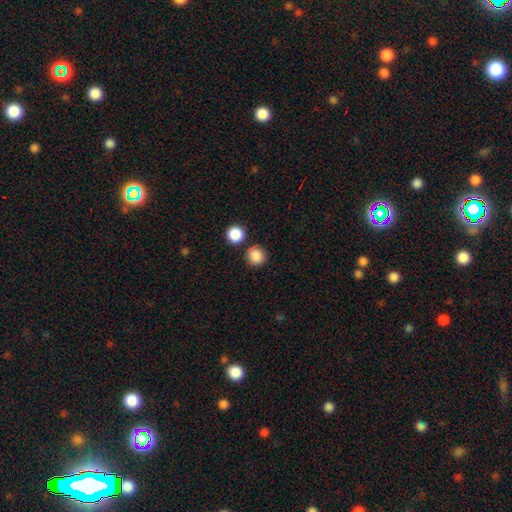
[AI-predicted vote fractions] This is clearly a smooth galaxy (86%). How rounded: clearly round (93%). Merging: clearly none (81%).